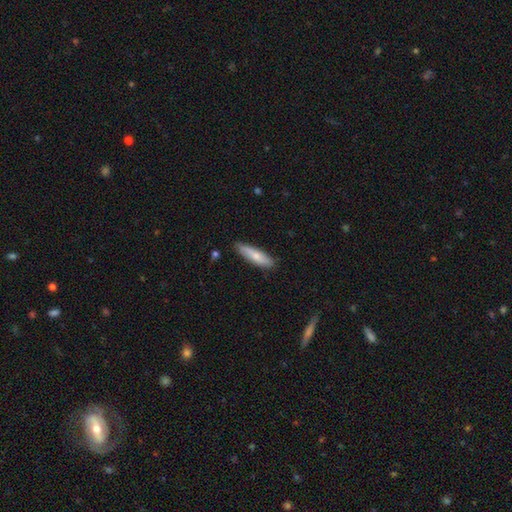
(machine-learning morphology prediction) A smooth galaxy with no disk features (72%) that is cigar-shaped (67%). Merging: none (84%).